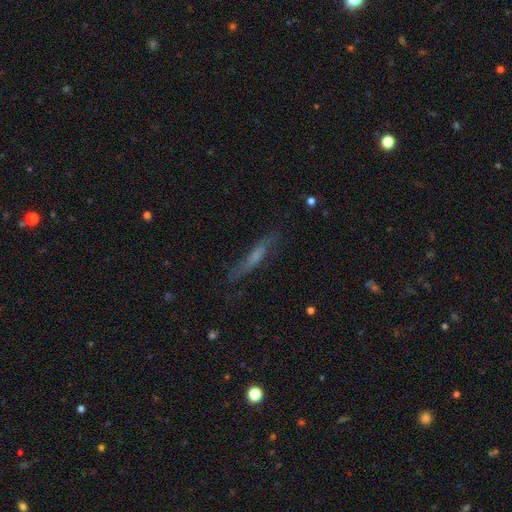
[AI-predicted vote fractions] Smooth or featured? smooth (45%)
Merging? none (73%)